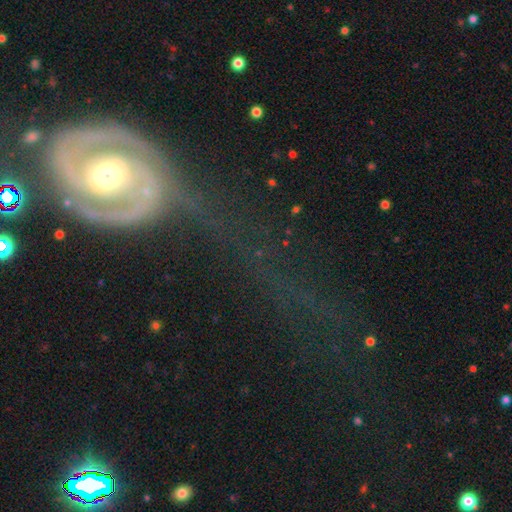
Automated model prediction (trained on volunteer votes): Morphology: type=featured or disk (84%); edge-on=no (95%); bar=no (51%); spiral arms=yes (91%); winding=tight (49%); arm count=2 (82%); bulge=moderate (60%); merging=none (50%).